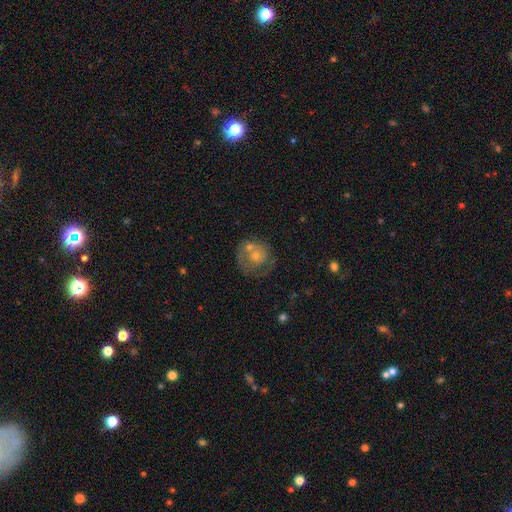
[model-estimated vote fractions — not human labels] Smooth or featured: smooth — 47% (featured or disk — 45%)
Merging: none — 45% (merger — 26%)